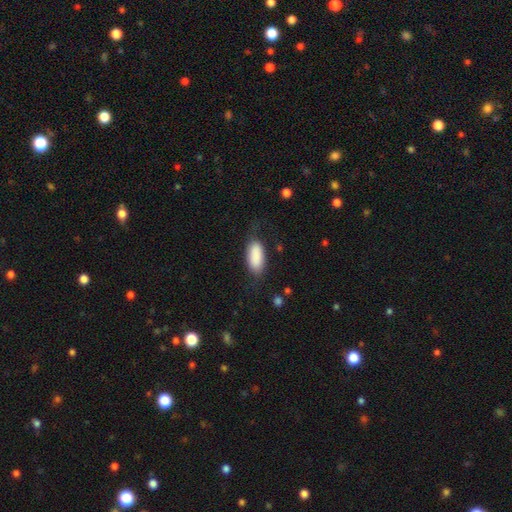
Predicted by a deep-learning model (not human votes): Overall: smooth (87%). How rounded: in between (88%). Merging: none (65%).